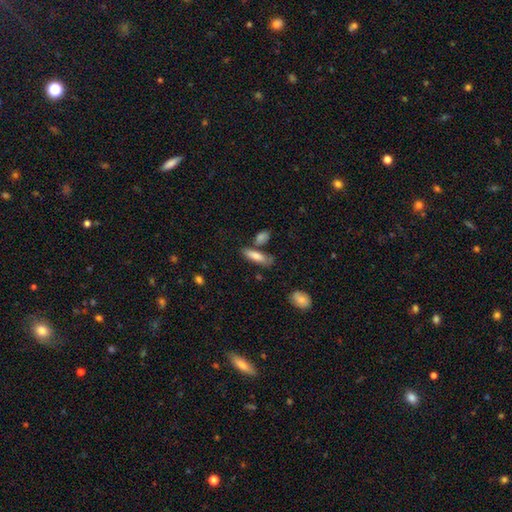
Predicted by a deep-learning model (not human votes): This is likely a smooth galaxy (80%). How rounded: possibly cigar-shaped (49%). Merging: likely none (61%).